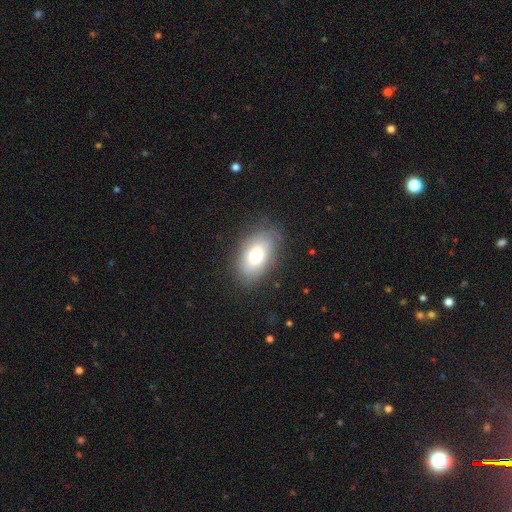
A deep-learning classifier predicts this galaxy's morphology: type=smooth (74%); roundness=in between (90%); merging=none (79%).